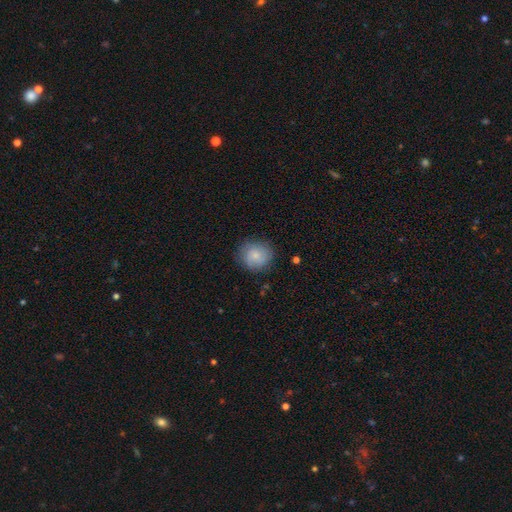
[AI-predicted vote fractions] smooth_or_featured: smooth (p=0.76) [alt: featured or disk p=0.16]
how_rounded: round (p=0.88) [alt: in between p=0.11]
merging: none (p=0.81) [alt: minor disturbance p=0.14]